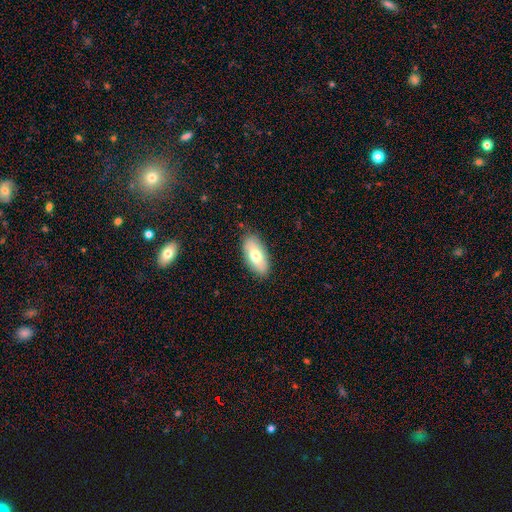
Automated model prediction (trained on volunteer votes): A smooth galaxy with no disk features (72%) that is in between round and cigar-shaped (91%). Merging: none (86%).